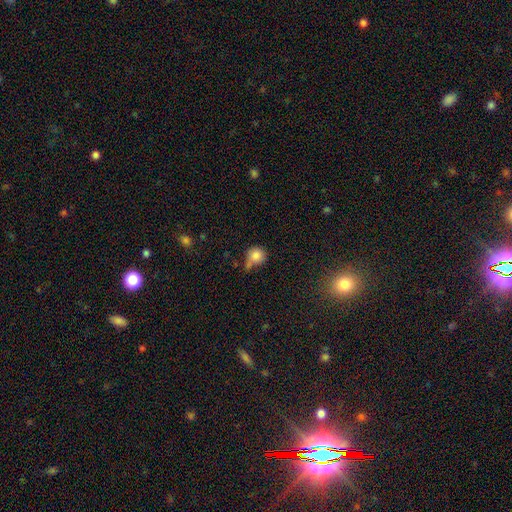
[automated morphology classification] A smooth galaxy with no disk features (83%) that is round (89%). Merging: none (50%).